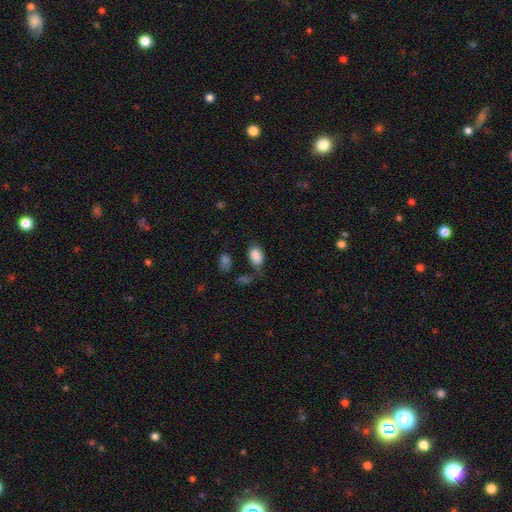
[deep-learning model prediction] Smooth or featured? smooth (87%)
How rounded? in between (90%)
Merging? none (60%)